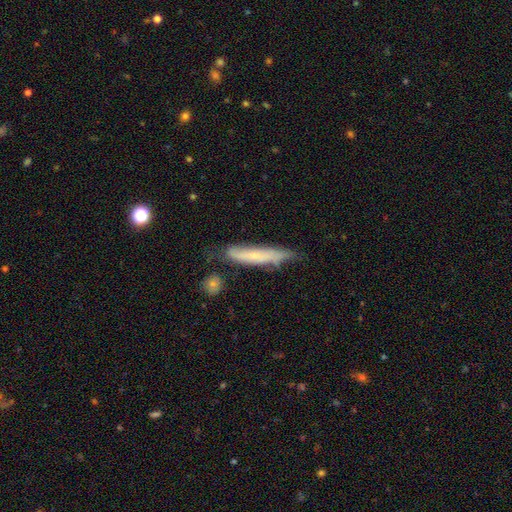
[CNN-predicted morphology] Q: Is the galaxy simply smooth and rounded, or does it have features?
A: smooth — 51%.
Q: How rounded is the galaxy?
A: cigar-shaped — 90%.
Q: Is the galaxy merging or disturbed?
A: none — 59%.